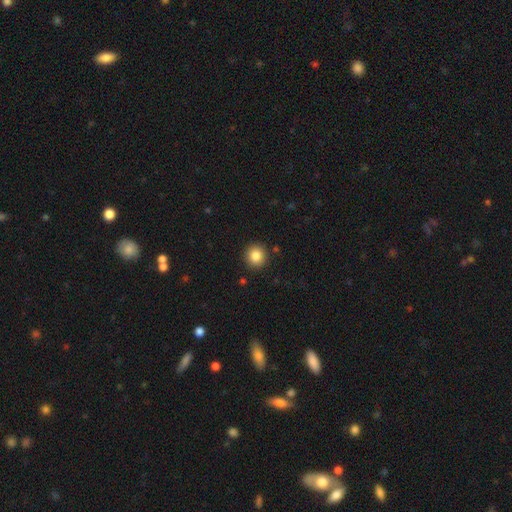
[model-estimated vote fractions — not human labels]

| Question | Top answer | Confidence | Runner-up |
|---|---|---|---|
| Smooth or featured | smooth | 85% | star or artifact (10%) |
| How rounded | round | 92% | in between (7%) |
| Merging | none | 91% | minor disturbance (6%) |